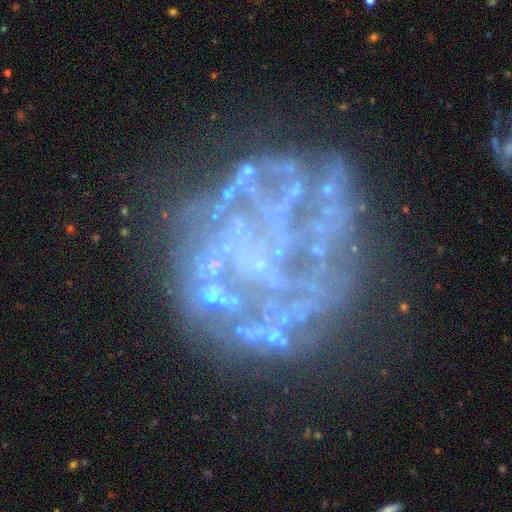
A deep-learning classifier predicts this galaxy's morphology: This is likely a featured or disk galaxy (75%). It is clearly not viewed edge-on (98%). Bar: clearly no (84%). Spiral arm pattern: likely no (62%). Central bulge: likely none (74%). Merging: possibly none (56%).